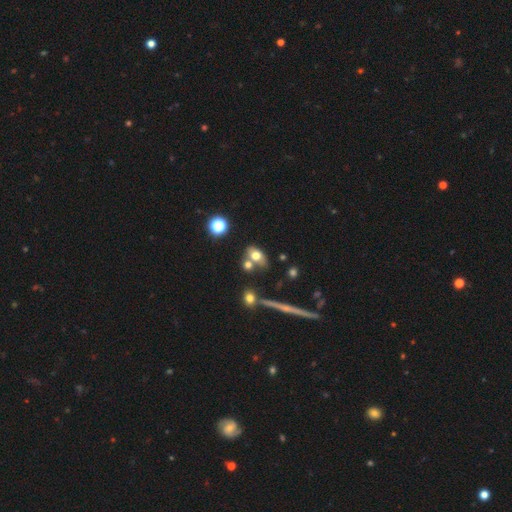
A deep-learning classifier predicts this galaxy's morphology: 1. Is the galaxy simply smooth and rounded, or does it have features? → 68% smooth, 19% featured or disk, 13% star or artifact.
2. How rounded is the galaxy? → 73% in between, 23% round, 4% cigar-shaped.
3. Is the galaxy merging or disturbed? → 48% none, 33% merger, 14% minor disturbance, 6% major disturbance.